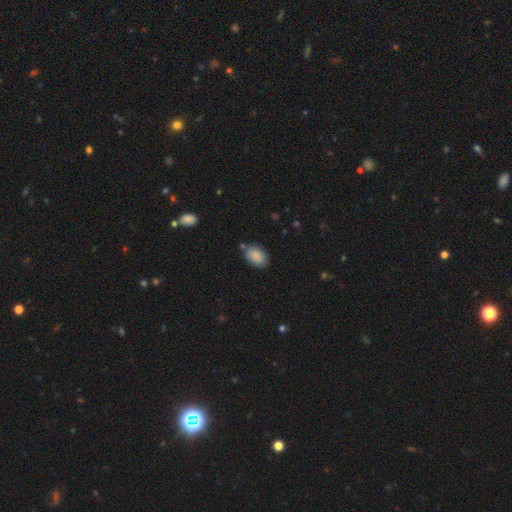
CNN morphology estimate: Smooth or featured?
  - smooth: 88% *
  - star or artifact: 7%
  - featured or disk: 5%
How rounded?
  - in between: 89% *
  - round: 10%
  - cigar-shaped: 1%
Merging?
  - none: 75% *
  - minor disturbance: 15%
  - merger: 6%
  - major disturbance: 3%